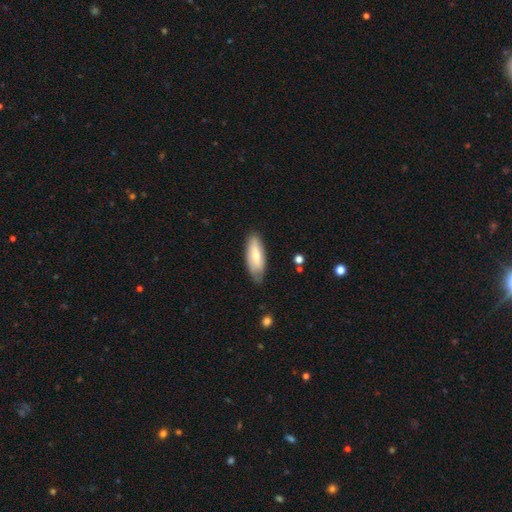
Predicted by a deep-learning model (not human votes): smooth-or-featured: smooth: 61% | featured or disk: 33% | star or artifact: 6%
  how-rounded: in between: 72% | cigar-shaped: 26% | round: 2%
  merging: none: 73% | minor disturbance: 21% | major disturbance: 4% | merger: 2%